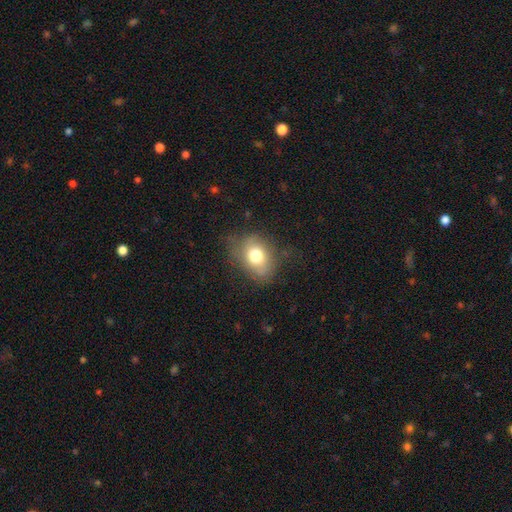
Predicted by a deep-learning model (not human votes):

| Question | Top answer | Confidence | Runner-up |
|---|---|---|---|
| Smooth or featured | smooth | 72% | featured or disk (18%) |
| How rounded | in between | 61% | round (38%) |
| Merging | none | 67% | minor disturbance (22%) |